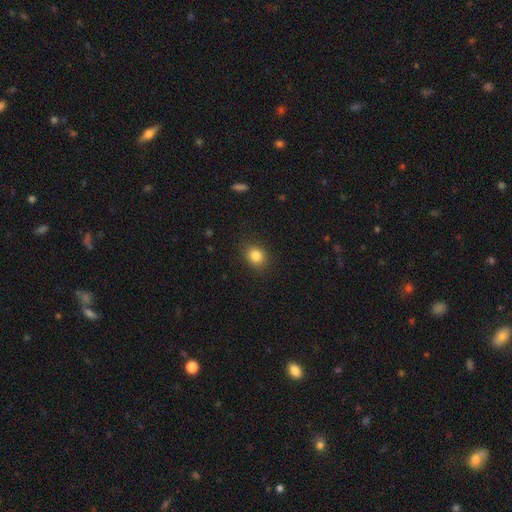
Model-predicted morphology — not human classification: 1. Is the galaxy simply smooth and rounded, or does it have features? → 84% smooth, 11% star or artifact, 6% featured or disk.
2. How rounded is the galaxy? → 58% round, 41% in between, 1% cigar-shaped.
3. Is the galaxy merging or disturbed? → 87% none, 9% minor disturbance, 3% major disturbance, 1% merger.